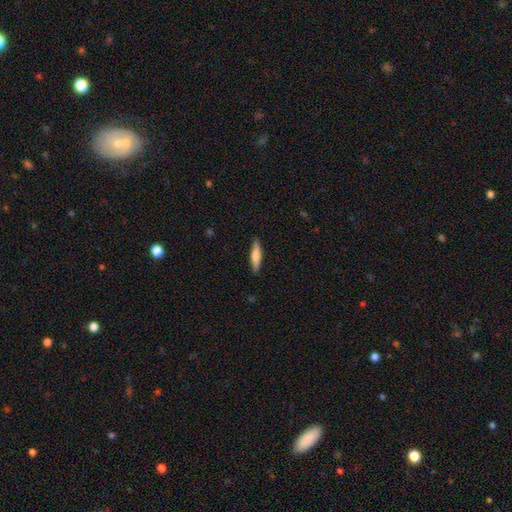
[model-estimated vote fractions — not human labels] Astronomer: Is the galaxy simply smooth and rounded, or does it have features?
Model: smooth — 65%.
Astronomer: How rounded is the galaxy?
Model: cigar-shaped — 81%.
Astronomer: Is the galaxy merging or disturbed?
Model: none — 89%.